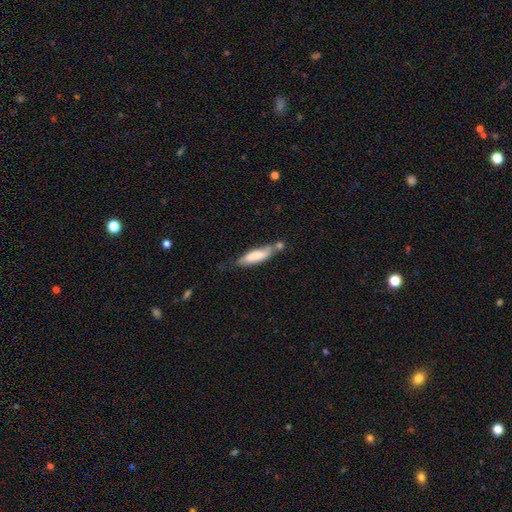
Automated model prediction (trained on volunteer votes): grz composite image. It shows a smooth galaxy with no disk features (74%) that is cigar-shaped (63%). Merging: none (44%).